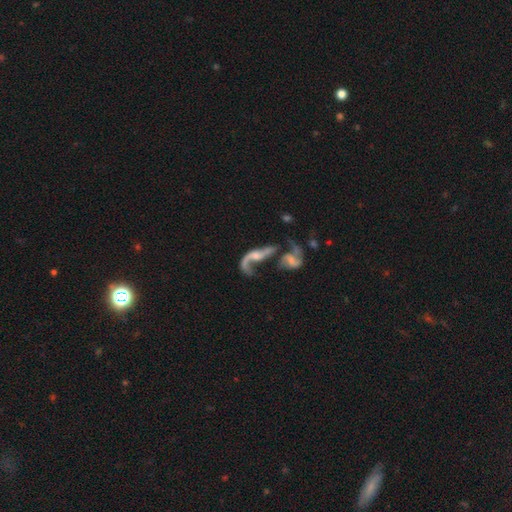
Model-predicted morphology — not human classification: Smooth or featured?
  - featured or disk: 77% *
  - smooth: 15%
  - star or artifact: 8%
Edge-on disk?
  - no: 92% *
  - yes: 8%
Bar?
  - no: 56% *
  - weak: 31%
  - strong: 13%
Spiral arms?
  - yes: 83% *
  - no: 17%
Spiral winding?
  - loose: 83% *
  - medium: 13%
  - tight: 4%
Spiral arm count?
  - 2: 61% *
  - 1: 30%
  - can't tell: 5%
  - 3: 1%
  - 4: 1%
  - more than 4: 1%
Bulge size?
  - small: 35% *
  - moderate: 34%
  - none: 23%
  - large: 6%
  - dominant: 2%
Merging?
  - merger: 53% *
  - major disturbance: 21%
  - none: 17%
  - minor disturbance: 8%